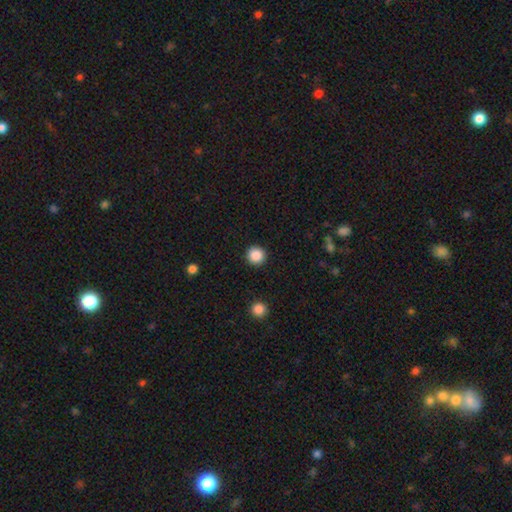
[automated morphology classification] Q: Smooth or featured?
A: smooth (88%); runner-up: star or artifact (10%)
Q: How rounded?
A: round (95%); runner-up: in between (4%)
Q: Merging?
A: none (92%); runner-up: minor disturbance (5%)